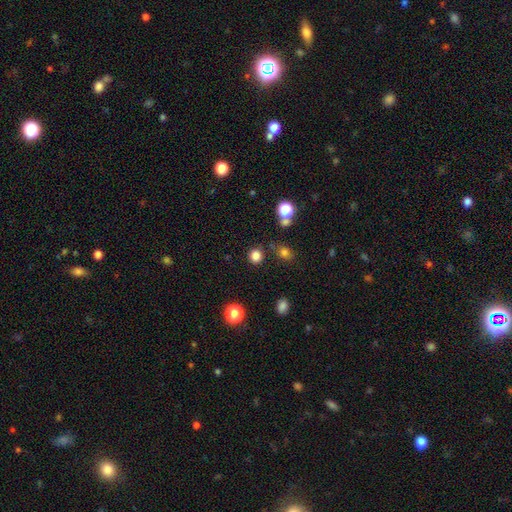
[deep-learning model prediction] smooth_or_featured: smooth (p=0.81) [alt: star or artifact p=0.15]
how_rounded: round (p=0.86) [alt: in between p=0.13]
merging: none (p=0.84) [alt: minor disturbance p=0.08]